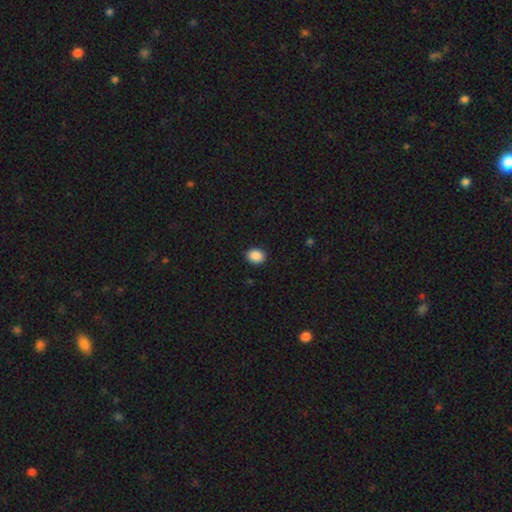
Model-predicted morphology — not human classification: smooth 89%, star or artifact 9%, featured or disk 3%. Down the decision tree: how rounded — round (53%); merging — none (90%).